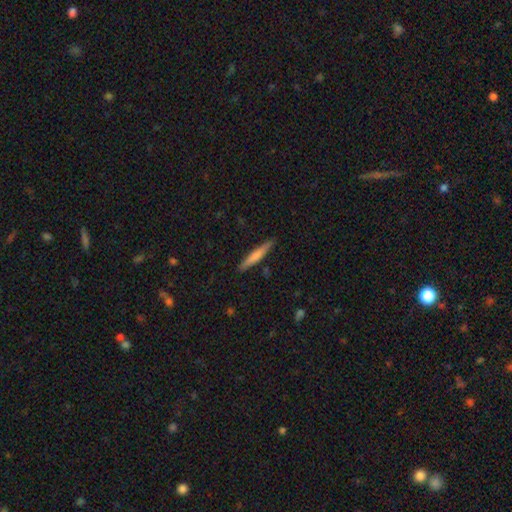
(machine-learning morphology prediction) Smooth or featured?
  - smooth: 65% *
  - featured or disk: 30%
  - star or artifact: 5%
How rounded?
  - cigar-shaped: 94% *
  - in between: 5%
  - round: 1%
Merging?
  - none: 88% *
  - minor disturbance: 9%
  - major disturbance: 2%
  - merger: 1%